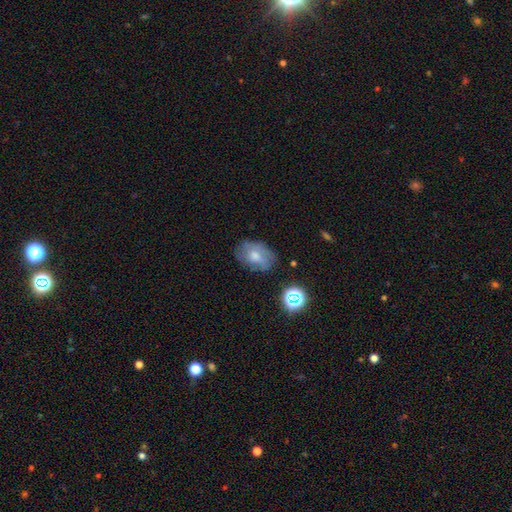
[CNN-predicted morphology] smooth 54%, featured or disk 35%, star or artifact 11%. Down the decision tree: how rounded — in between (78%); merging — none (64%).